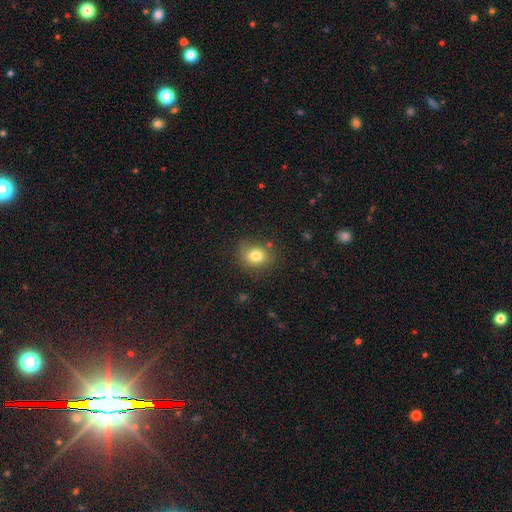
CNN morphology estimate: A smooth galaxy with no disk features (80%) that is round (63%).

Vote fractions:
- Smooth or featured? smooth: 80% / star or artifact: 11% / featured or disk: 9%
- How rounded? round: 63% / in between: 36% / cigar-shaped: 1%
- Merging? none: 78% / minor disturbance: 15% / major disturbance: 4% / merger: 2%